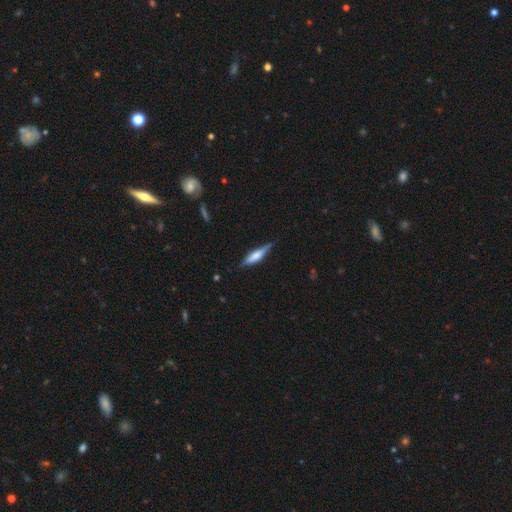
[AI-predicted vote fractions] A featured or disk galaxy (53%) viewed edge-on (95%) with a rounded central bulge (59%). Merging: none (79%).